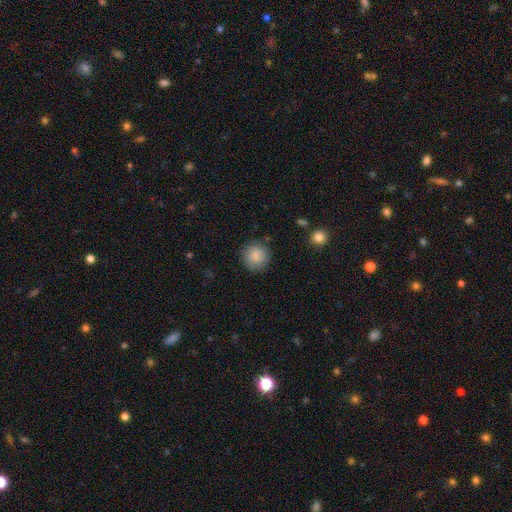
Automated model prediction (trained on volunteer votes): Smooth or featured?
  - smooth: 86% *
  - star or artifact: 8%
  - featured or disk: 6%
How rounded?
  - round: 94% *
  - in between: 5%
  - cigar-shaped: 1%
Merging?
  - none: 87% *
  - minor disturbance: 9%
  - major disturbance: 3%
  - merger: 1%